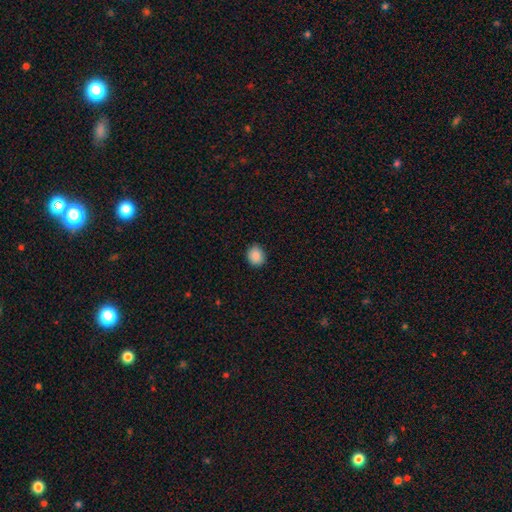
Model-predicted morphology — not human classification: The model was most divided on "how rounded": round: 67%, in between: 32%, cigar-shaped: 1%. More confident: smooth or featured — smooth (88%); merging — none (88%).